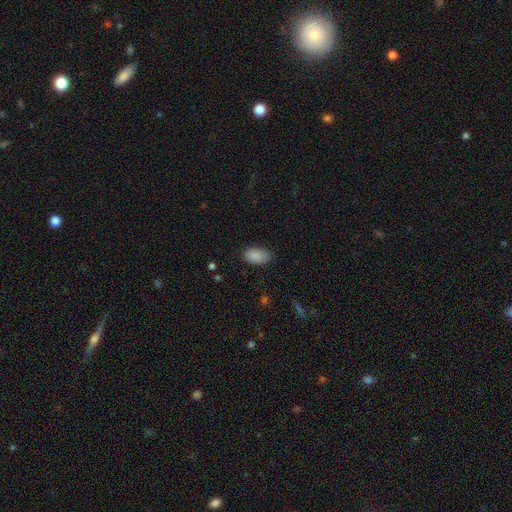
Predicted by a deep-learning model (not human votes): This is clearly a smooth galaxy (87%). How rounded: clearly in between (93%). Merging: clearly none (81%).